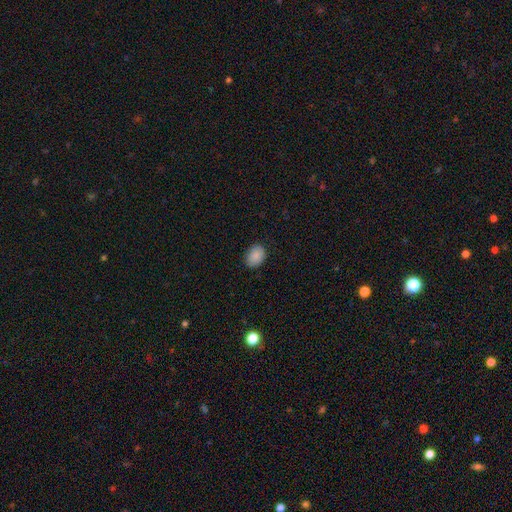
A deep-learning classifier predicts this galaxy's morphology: smooth 88%, star or artifact 8%, featured or disk 4%. Down the decision tree: how rounded — in between (70%); merging — none (86%).